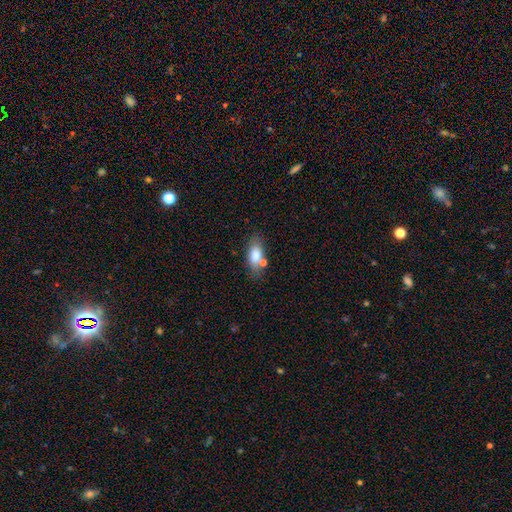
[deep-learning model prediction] A smooth galaxy with no disk features (79%) that is in between round and cigar-shaped (84%).

Vote fractions:
- Smooth or featured? smooth: 79% / featured or disk: 13% / star or artifact: 8%
- How rounded? in between: 84% / cigar-shaped: 11% / round: 5%
- Merging? none: 66% / minor disturbance: 15% / merger: 14% / major disturbance: 5%